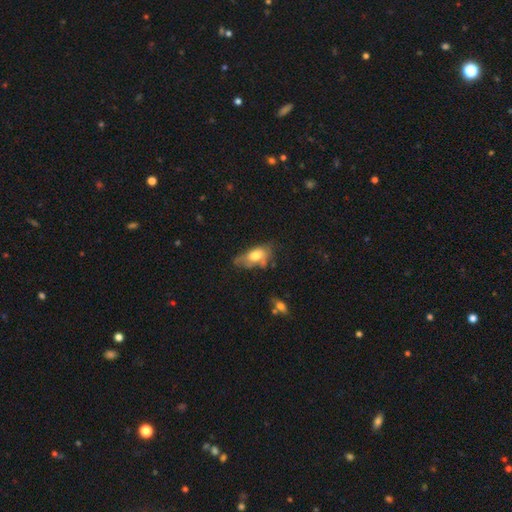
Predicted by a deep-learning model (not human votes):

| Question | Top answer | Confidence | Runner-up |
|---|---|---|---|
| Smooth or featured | smooth | 63% | featured or disk (28%) |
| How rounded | in between | 87% | cigar-shaped (6%) |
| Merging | minor disturbance | 35% | none (33%) |